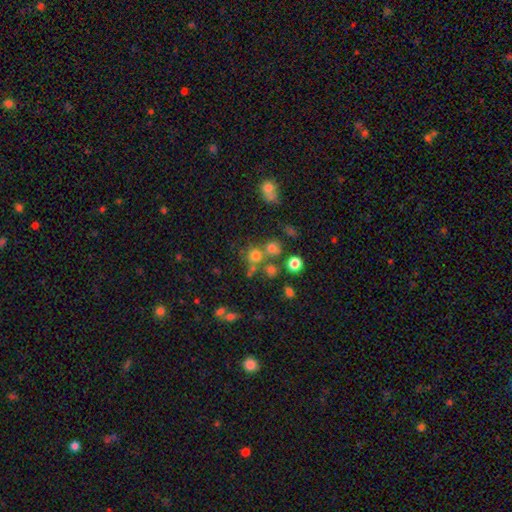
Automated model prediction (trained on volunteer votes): Smooth or featured? smooth (71%)
How rounded? round (89%)
Merging? none (61%)